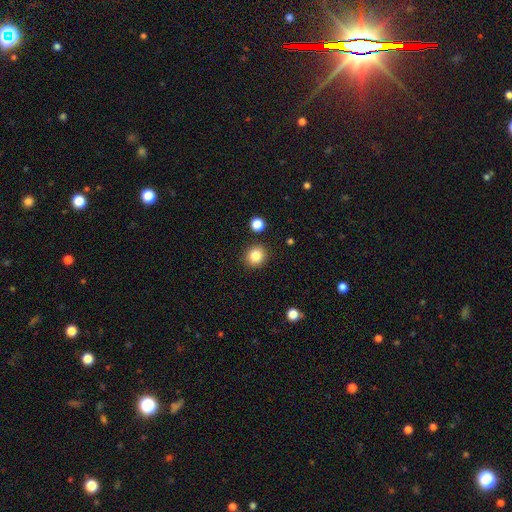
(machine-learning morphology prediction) Smooth or featured? Predicted: smooth (p=0.84). How rounded? Predicted: round (p=0.87). Merging? Predicted: none (p=0.89).